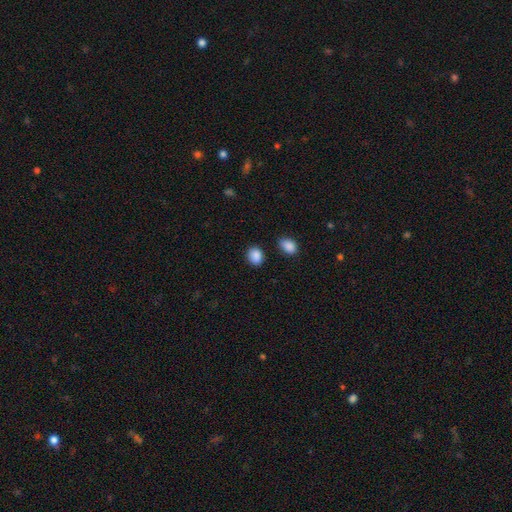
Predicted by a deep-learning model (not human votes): This is clearly a smooth galaxy (89%). How rounded: possibly round (53%). Merging: clearly none (82%).